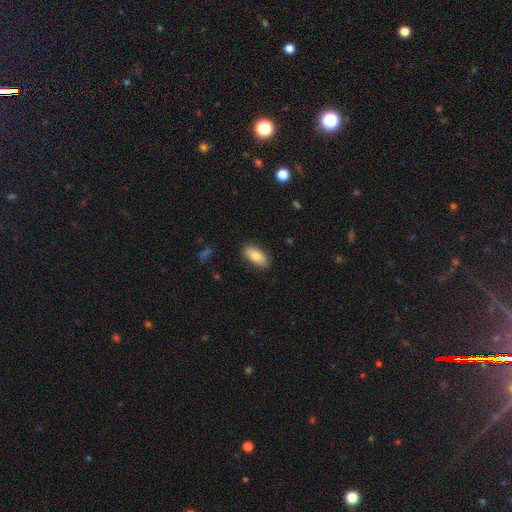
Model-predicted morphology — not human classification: Smooth or featured: smooth — 80% (featured or disk — 14%)
How rounded: in between — 90% (cigar-shaped — 8%)
Merging: none — 86% (minor disturbance — 11%)